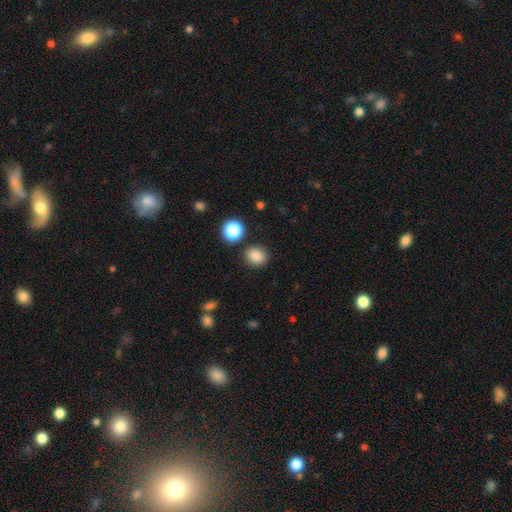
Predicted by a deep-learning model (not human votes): smooth 84%, star or artifact 12%, featured or disk 5%. Down the decision tree: how rounded — round (72%); merging — none (86%).